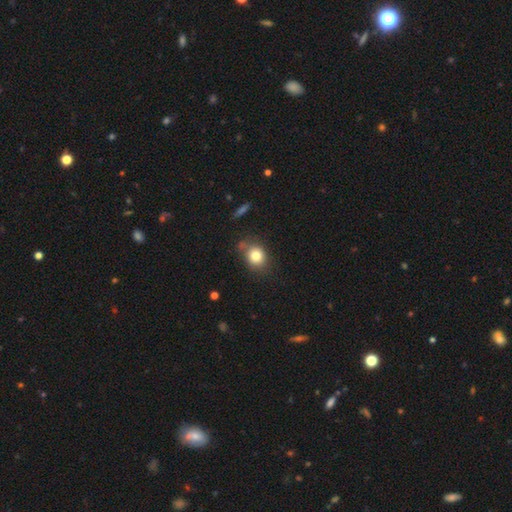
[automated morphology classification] Smooth or featured? Predicted: smooth (p=0.80). How rounded? Predicted: round (p=0.68). Merging? Predicted: none (p=0.70).